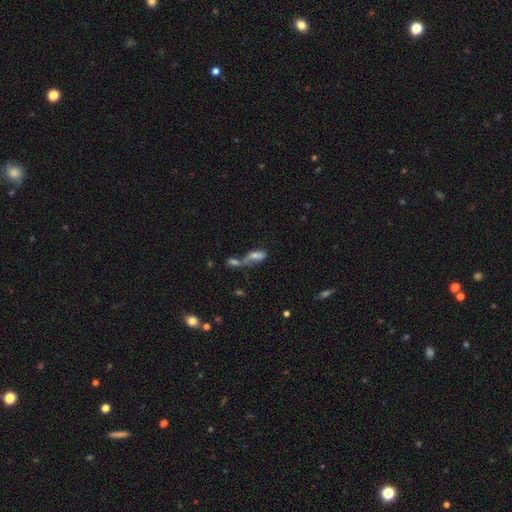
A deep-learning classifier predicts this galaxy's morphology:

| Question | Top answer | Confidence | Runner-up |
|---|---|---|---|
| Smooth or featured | smooth | 62% | featured or disk (26%) |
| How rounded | in between | 75% | cigar-shaped (21%) |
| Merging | merger | 62% | none (17%) |